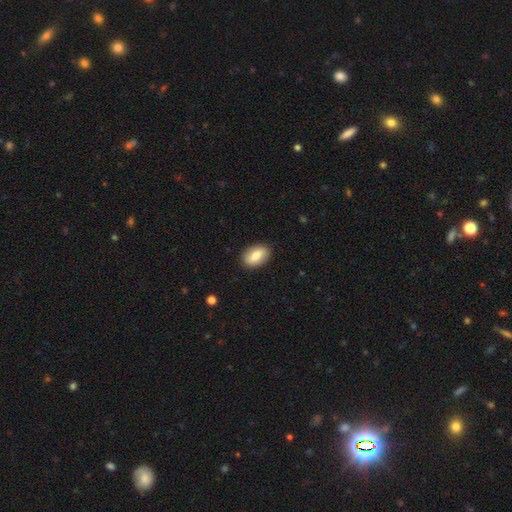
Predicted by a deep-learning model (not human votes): Smooth or featured? smooth (78%)
How rounded? in between (90%)
Merging? none (87%)